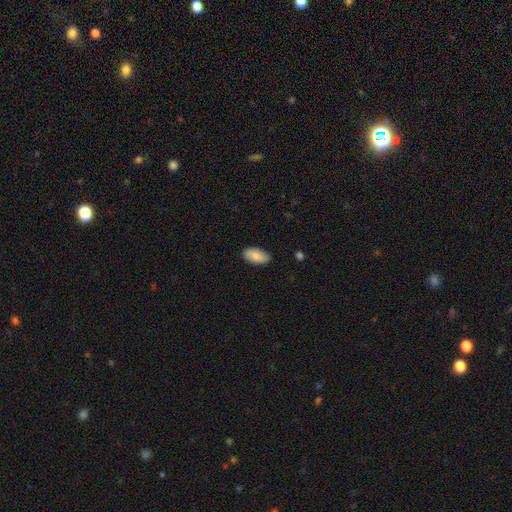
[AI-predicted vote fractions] Q: Smooth or featured?
A: smooth (84%); runner-up: featured or disk (10%)
Q: How rounded?
A: in between (94%); runner-up: cigar-shaped (4%)
Q: Merging?
A: none (87%); runner-up: minor disturbance (10%)